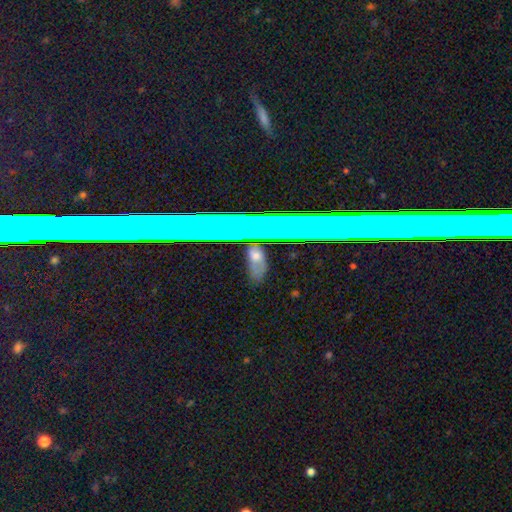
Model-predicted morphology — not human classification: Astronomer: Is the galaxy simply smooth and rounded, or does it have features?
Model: smooth — 40% (runner-up: star or artifact, 35%).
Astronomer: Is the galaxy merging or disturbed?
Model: none — 83%.